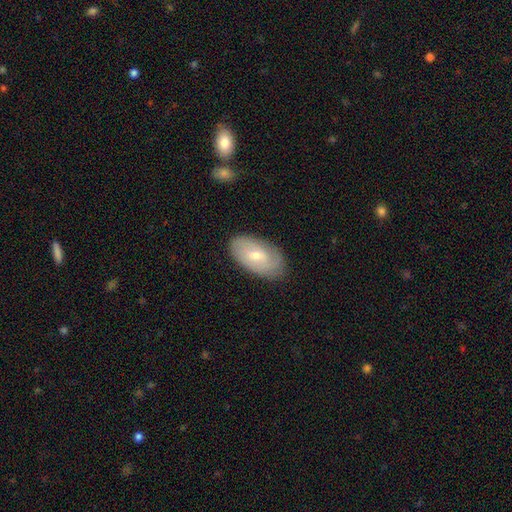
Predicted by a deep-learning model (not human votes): A featured or disk galaxy (50%). Merging: none (80%).